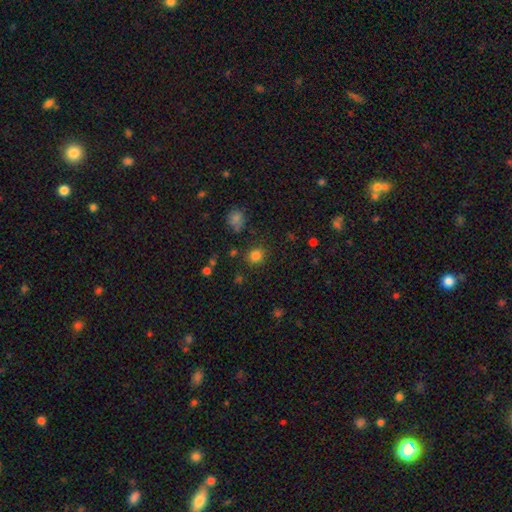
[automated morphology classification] Smooth or featured? Predicted: smooth (p=0.81). How rounded? Predicted: round (p=0.84). Merging? Predicted: none (p=0.87).